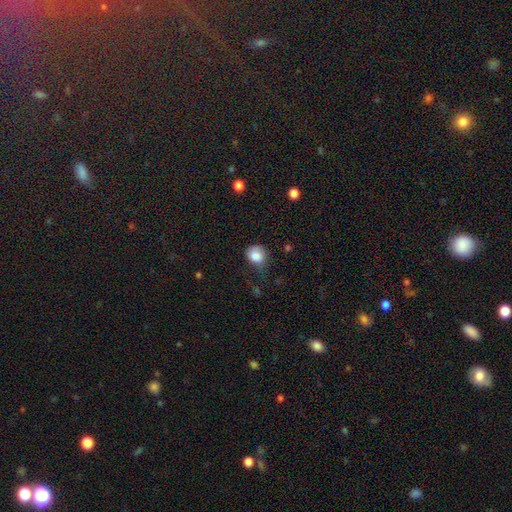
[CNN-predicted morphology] This is clearly a smooth galaxy (85%). How rounded: likely round (70%). Merging: possibly none (51%).